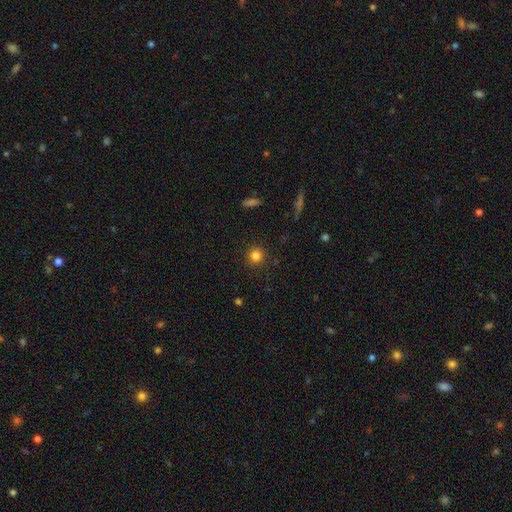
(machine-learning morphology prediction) A smooth galaxy with no disk features (82%) that is round (93%). Merging: none (90%).